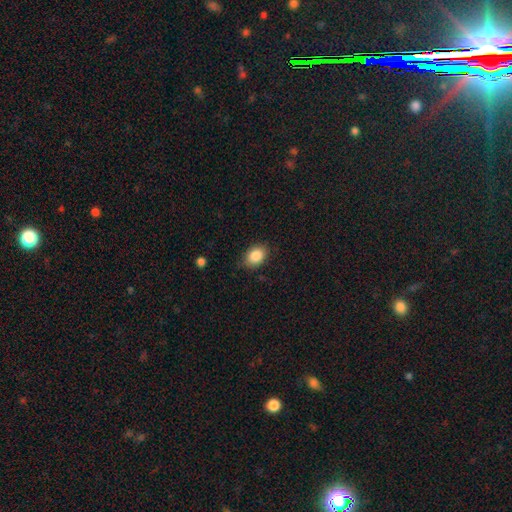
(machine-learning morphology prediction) Q: Smooth or featured?
A: smooth (87%); runner-up: star or artifact (8%)
Q: How rounded?
A: in between (75%); runner-up: round (24%)
Q: Merging?
A: none (81%); runner-up: minor disturbance (15%)